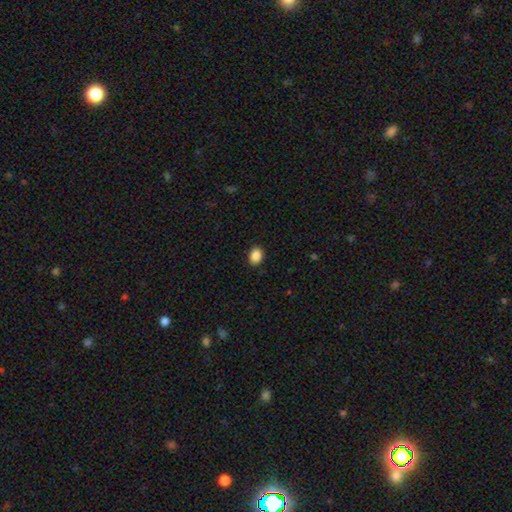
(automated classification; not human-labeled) A smooth galaxy with no disk features (88%) that is in between round and cigar-shaped (54%). Merging: none (90%).